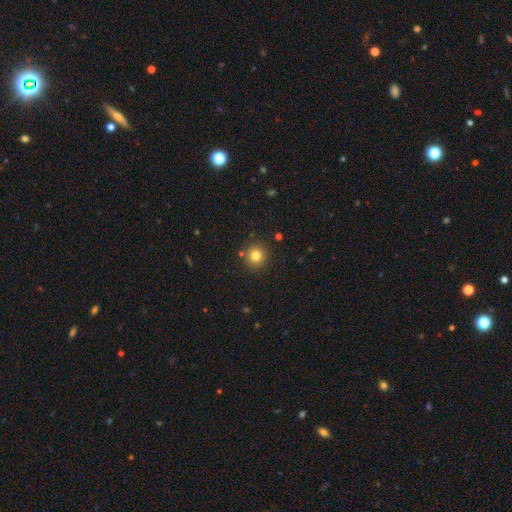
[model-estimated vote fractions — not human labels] Smooth or featured?
  - smooth: 80% *
  - star or artifact: 13%
  - featured or disk: 7%
How rounded?
  - round: 93% *
  - in between: 6%
  - cigar-shaped: 1%
Merging?
  - none: 88% *
  - minor disturbance: 7%
  - merger: 3%
  - major disturbance: 2%